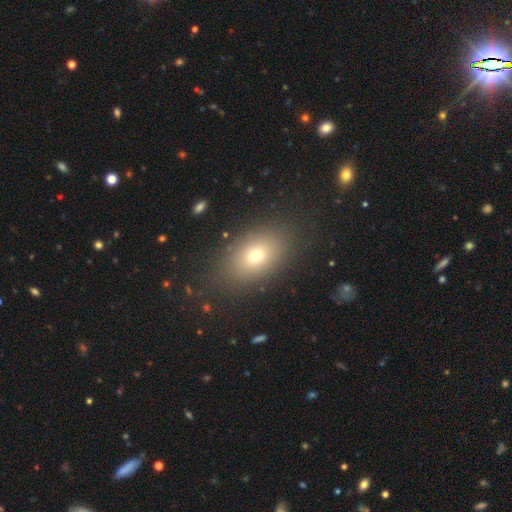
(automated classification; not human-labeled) This is likely a smooth galaxy (70%). How rounded: likely in between (78%). Merging: clearly none (84%).